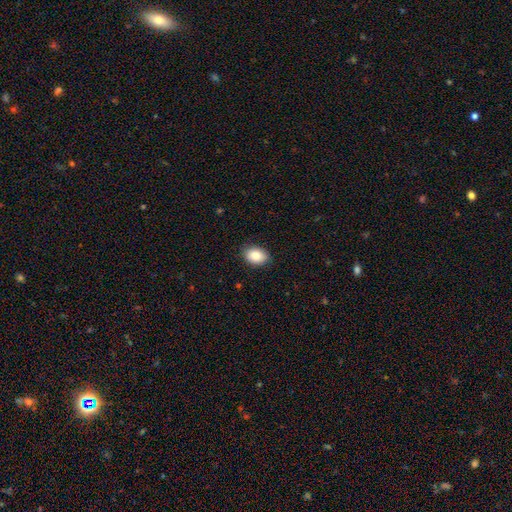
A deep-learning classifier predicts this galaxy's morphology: type=smooth (88%); roundness=in between (83%); merging=none (87%).